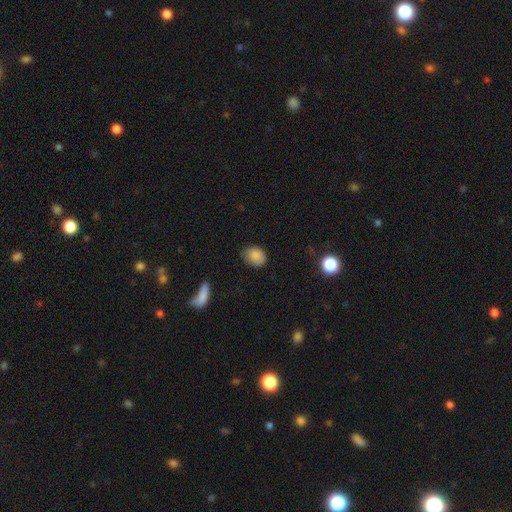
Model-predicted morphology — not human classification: smooth 86%, star or artifact 9%, featured or disk 5%. Down the decision tree: how rounded — in between (56%); merging — none (72%).